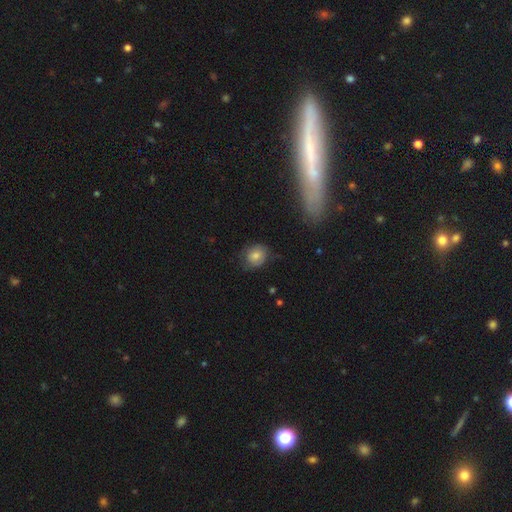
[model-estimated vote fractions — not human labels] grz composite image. It shows a smooth galaxy with no disk features (73%) that is round (74%). Merging: none (67%).